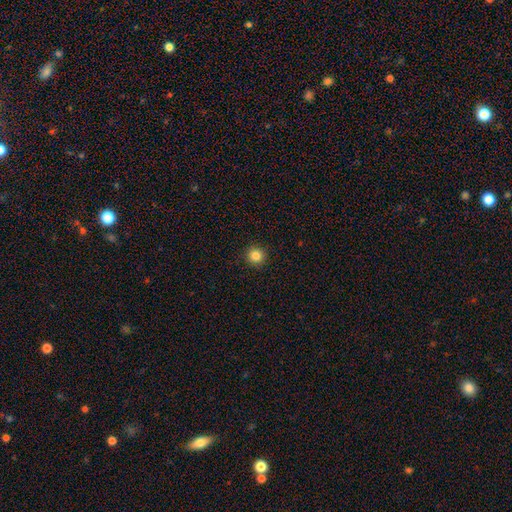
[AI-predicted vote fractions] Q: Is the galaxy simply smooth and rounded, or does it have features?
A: smooth — 84%.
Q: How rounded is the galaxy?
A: round — 96%.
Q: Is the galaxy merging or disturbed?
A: none — 93%.